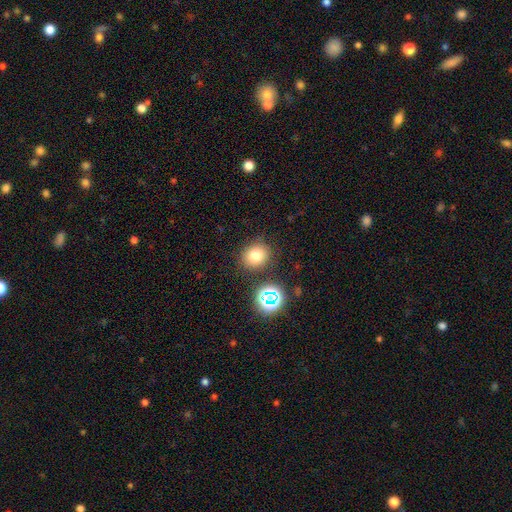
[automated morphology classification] Smooth or featured: smooth — 75% (star or artifact — 17%)
How rounded: round — 76% (in between — 23%)
Merging: none — 83% (minor disturbance — 10%)